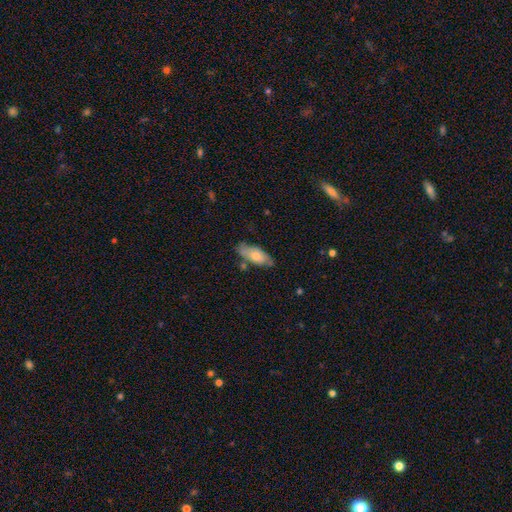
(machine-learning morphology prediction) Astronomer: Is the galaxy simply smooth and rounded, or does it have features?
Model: smooth — 63%.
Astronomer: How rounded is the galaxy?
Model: in between — 78%.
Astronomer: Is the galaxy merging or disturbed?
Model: none — 67%.